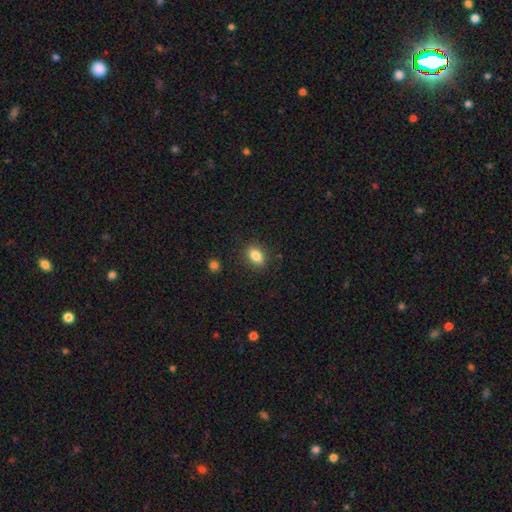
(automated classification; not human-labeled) Smooth or featured: smooth — 85% (star or artifact — 9%)
How rounded: in between — 82% (round — 16%)
Merging: none — 86% (minor disturbance — 10%)